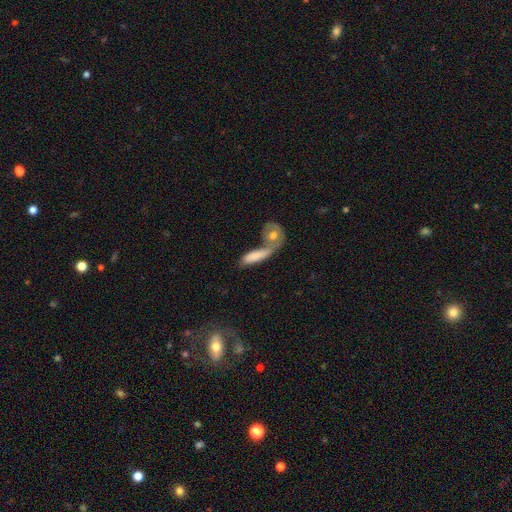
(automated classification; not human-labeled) A smooth galaxy with no disk features (75%) that is in between round and cigar-shaped (52%). Merging: merger (52%).